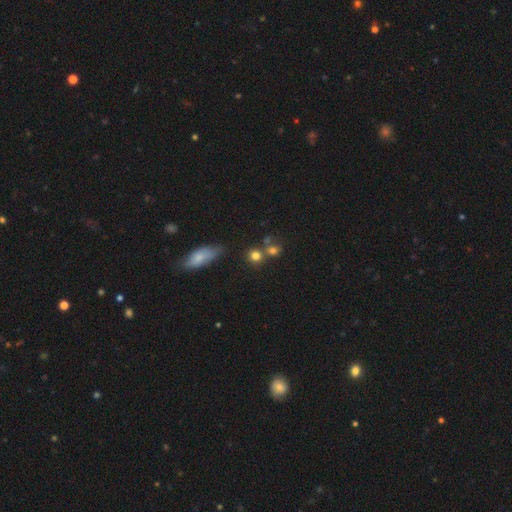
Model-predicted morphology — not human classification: smooth 78%, star or artifact 13%, featured or disk 9%. Down the decision tree: how rounded — round (84%); merging — none (57%).